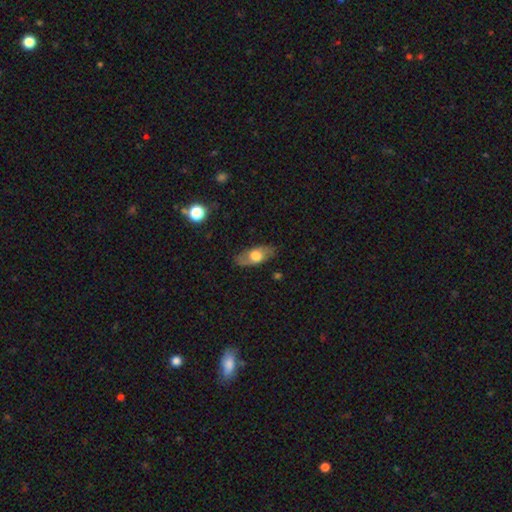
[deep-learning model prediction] Overall: smooth (56%; featured or disk 37%). How rounded: in between (83%). Merging: none (80%).